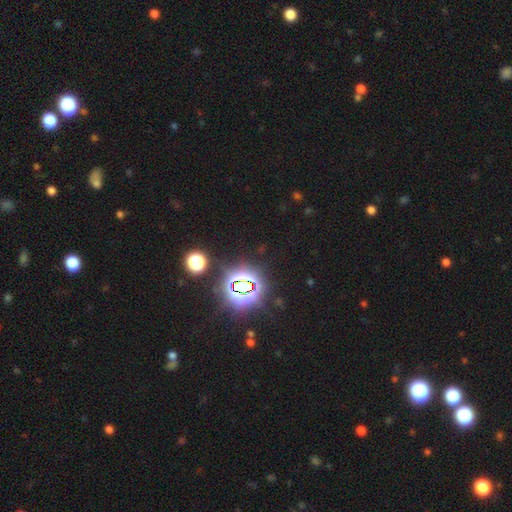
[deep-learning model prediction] Smooth or featured? Predicted: star or artifact (p=0.83).